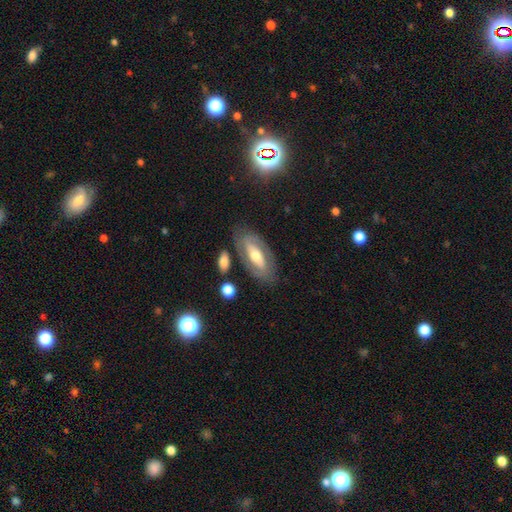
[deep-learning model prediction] This appears to be a featured or disk galaxy (61%). Merging: none (75%).